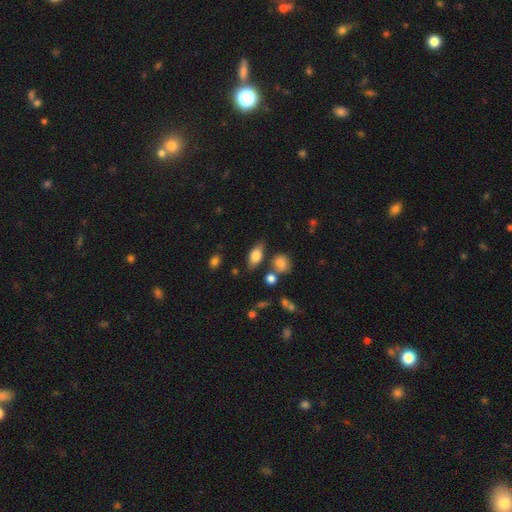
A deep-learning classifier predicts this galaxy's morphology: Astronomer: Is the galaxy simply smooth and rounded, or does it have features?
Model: smooth — 70%.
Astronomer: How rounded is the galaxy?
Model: in between — 81%.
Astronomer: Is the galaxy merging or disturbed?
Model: none — 72%.